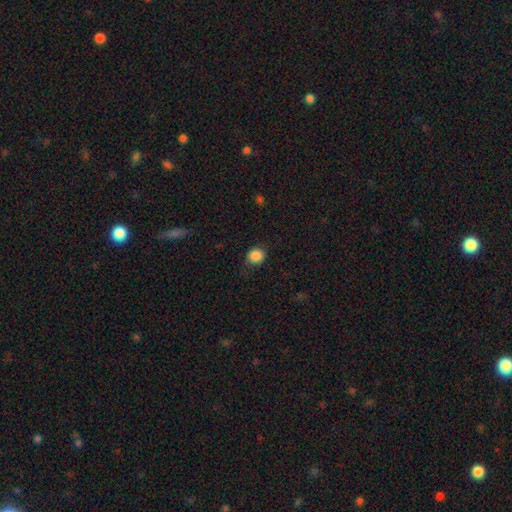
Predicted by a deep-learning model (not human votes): Smooth or featured?
  - smooth: 87% *
  - star or artifact: 10%
  - featured or disk: 4%
How rounded?
  - round: 78% *
  - in between: 21%
  - cigar-shaped: 1%
Merging?
  - none: 79% *
  - minor disturbance: 16%
  - major disturbance: 4%
  - merger: 1%